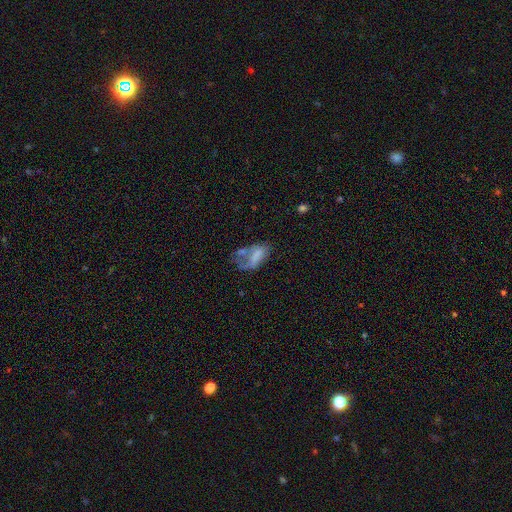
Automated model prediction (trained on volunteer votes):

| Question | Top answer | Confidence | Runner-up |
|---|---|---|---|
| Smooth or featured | smooth | 57% | featured or disk (33%) |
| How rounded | in between | 88% | cigar-shaped (6%) |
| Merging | major disturbance | 36% | none (25%) |